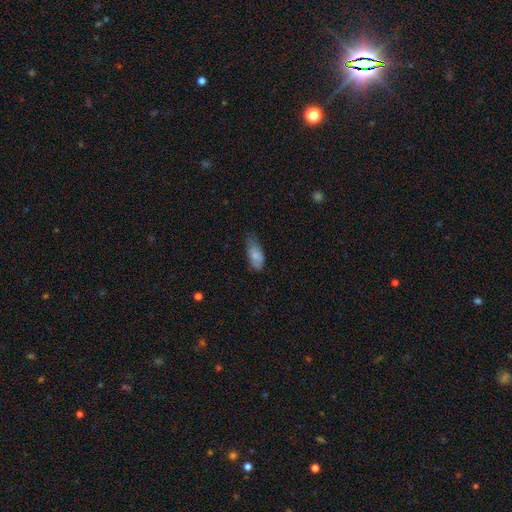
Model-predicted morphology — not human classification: Smooth or featured? smooth (71%)
How rounded? in between (85%)
Merging? none (47%)